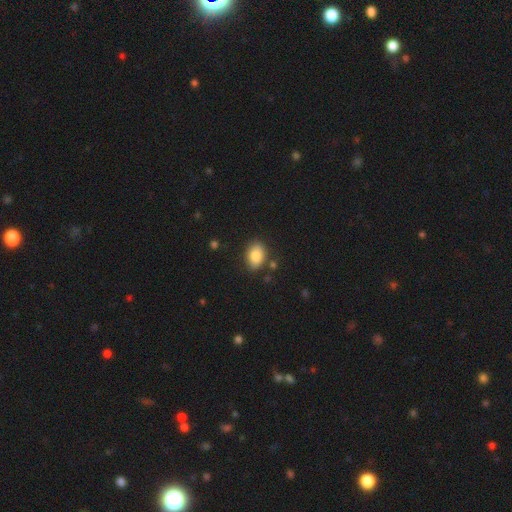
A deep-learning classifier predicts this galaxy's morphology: smooth 84%, star or artifact 8%, featured or disk 8%. Down the decision tree: how rounded — in between (81%); merging — none (79%).